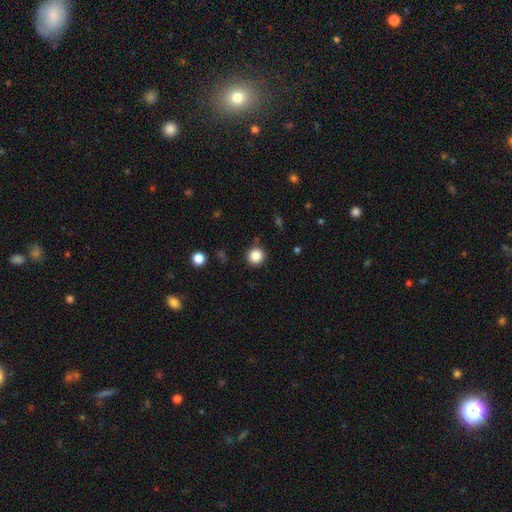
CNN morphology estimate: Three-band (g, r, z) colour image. It shows a smooth galaxy with no disk features (85%) that is round (94%). Merging: none (88%).